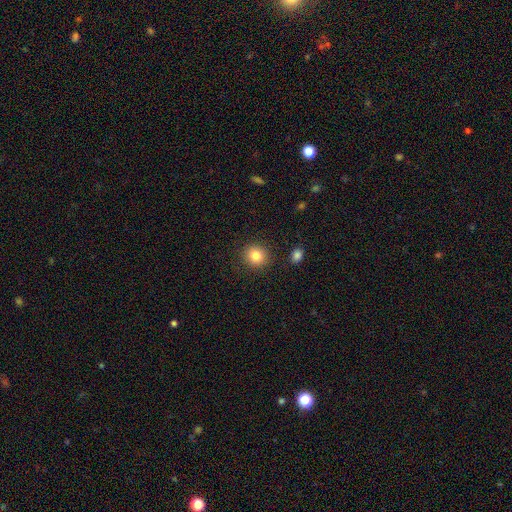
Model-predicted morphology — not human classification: This is clearly a smooth galaxy (83%). How rounded: clearly round (85%). Merging: clearly none (89%).